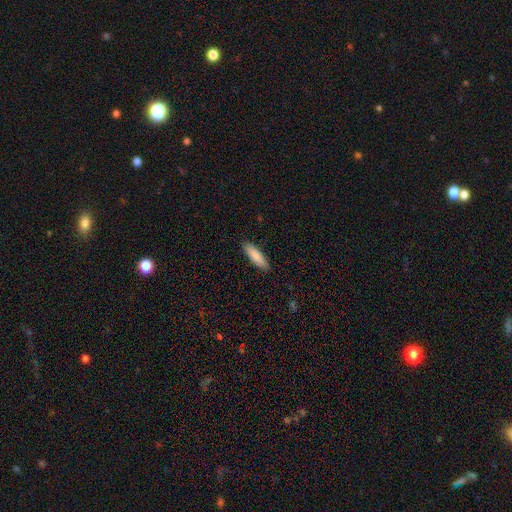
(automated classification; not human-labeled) The model was most divided on "how rounded": cigar-shaped: 60%, in between: 38%, round: 1%. More confident: merging — none (89%); smooth or featured — smooth (86%).